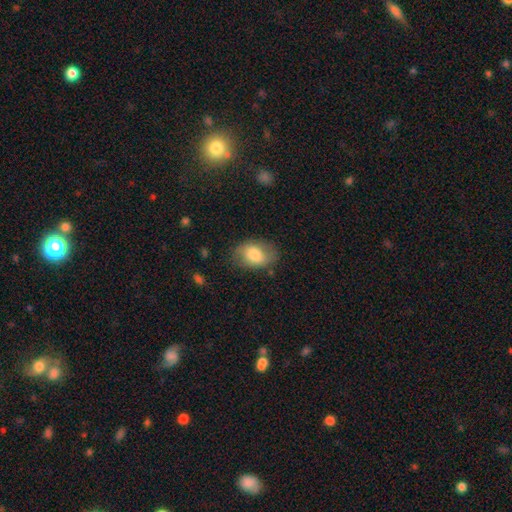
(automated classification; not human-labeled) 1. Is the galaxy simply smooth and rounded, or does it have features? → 74% smooth, 19% featured or disk, 7% star or artifact.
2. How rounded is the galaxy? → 83% in between, 16% round, 1% cigar-shaped.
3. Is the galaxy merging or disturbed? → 70% none, 21% minor disturbance, 7% major disturbance, 2% merger.